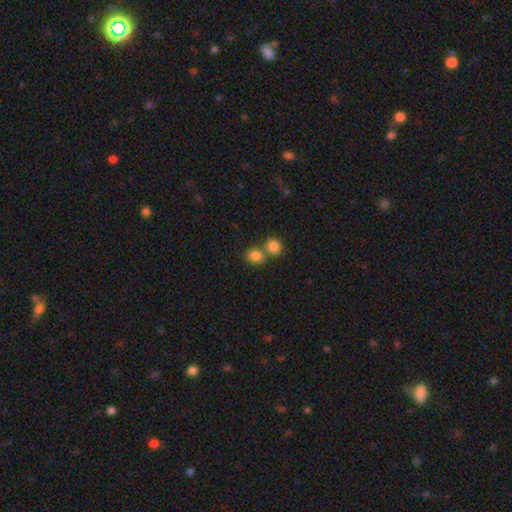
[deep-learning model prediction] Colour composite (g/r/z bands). It shows a smooth galaxy with no disk features (84%) that is round (70%). Merging: none (47%).